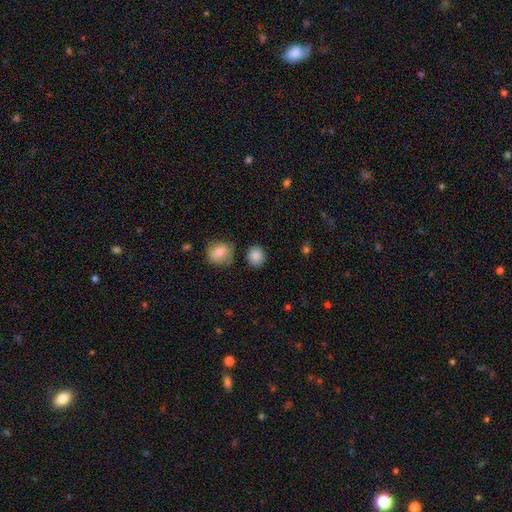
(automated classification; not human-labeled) This appears to be a smooth galaxy with no disk features (86%) that is round (85%). Merging: none (85%).